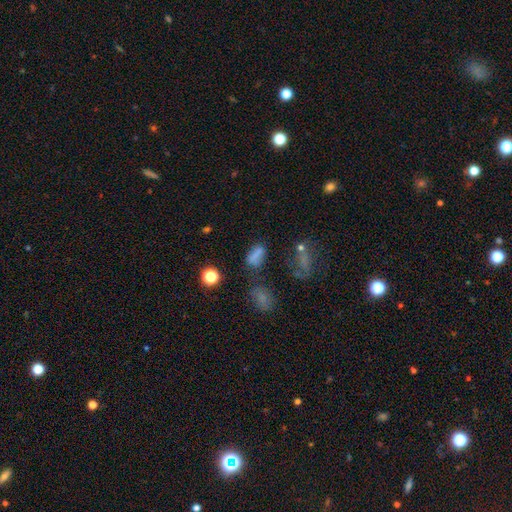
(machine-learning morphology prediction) A smooth galaxy with no disk features (67%) that is in between round and cigar-shaped (77%).

Vote fractions:
- Smooth or featured? smooth: 67% / star or artifact: 21% / featured or disk: 12%
- How rounded? in between: 77% / round: 14% / cigar-shaped: 9%
- Merging? none: 52% / minor disturbance: 20% / merger: 15% / major disturbance: 13%